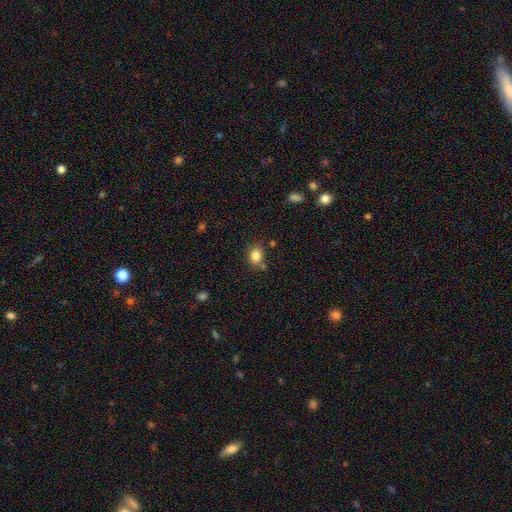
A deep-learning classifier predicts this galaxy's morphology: smooth-or-featured: smooth: 84% | star or artifact: 10% | featured or disk: 6%
  how-rounded: in between: 54% | round: 45% | cigar-shaped: 1%
  merging: none: 71% | minor disturbance: 16% | merger: 9% | major disturbance: 5%